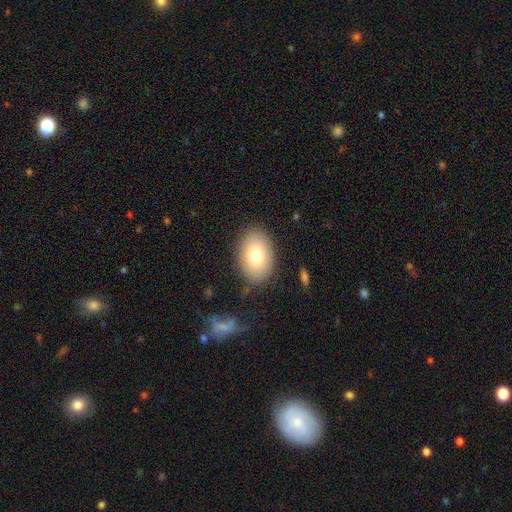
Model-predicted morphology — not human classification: smooth_or_featured: smooth (p=0.78) [alt: featured or disk p=0.14]
how_rounded: in between (p=0.85) [alt: round p=0.14]
merging: none (p=0.85) [alt: minor disturbance p=0.11]